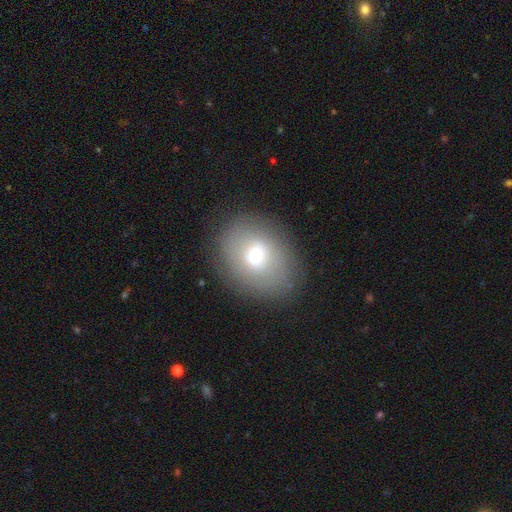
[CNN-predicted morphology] type=smooth (65%); roundness=in between (58%); merging=none (81%).